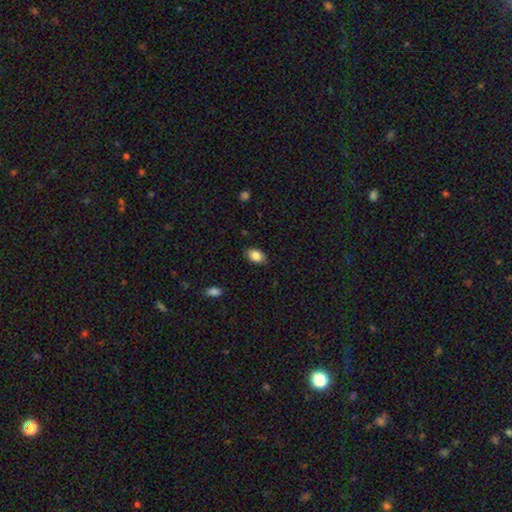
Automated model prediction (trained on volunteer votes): This is clearly a smooth galaxy (86%). How rounded: clearly in between (87%). Merging: clearly none (86%).